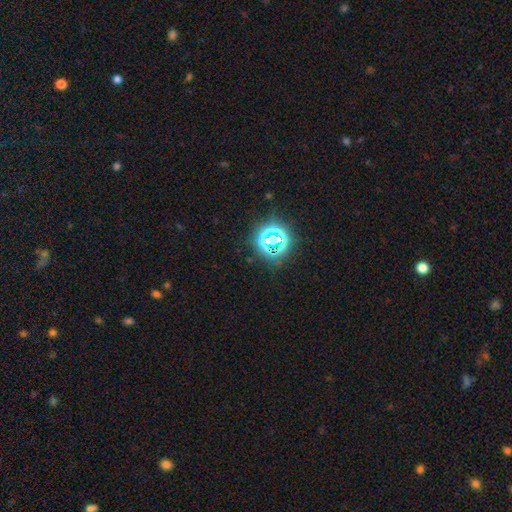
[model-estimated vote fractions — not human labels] Q: Smooth or featured?
A: star or artifact (69%); runner-up: smooth (25%)